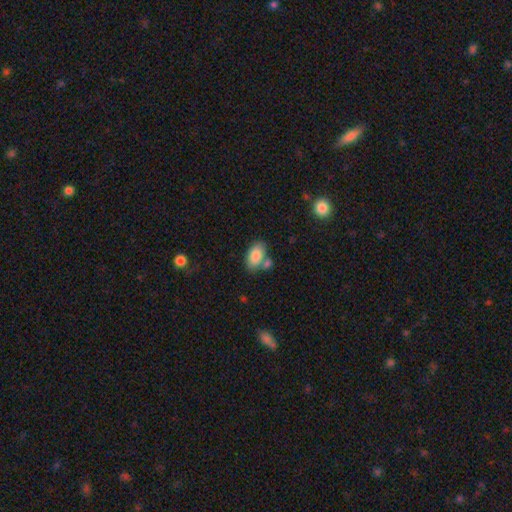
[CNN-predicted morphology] smooth_or_featured: smooth (p=0.84) [alt: featured or disk p=0.09]
how_rounded: in between (p=0.93) [alt: round p=0.06]
merging: none (p=0.59) [alt: merger p=0.22]